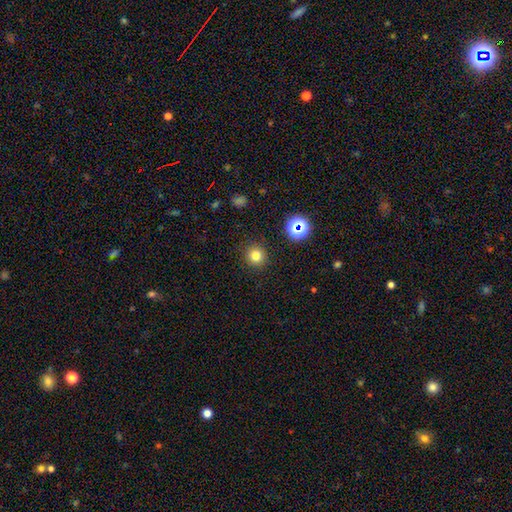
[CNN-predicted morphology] Smooth or featured?
  - smooth: 77% *
  - star or artifact: 17%
  - featured or disk: 6%
How rounded?
  - round: 94% *
  - in between: 6%
  - cigar-shaped: 1%
Merging?
  - none: 90% *
  - minor disturbance: 6%
  - major disturbance: 3%
  - merger: 1%